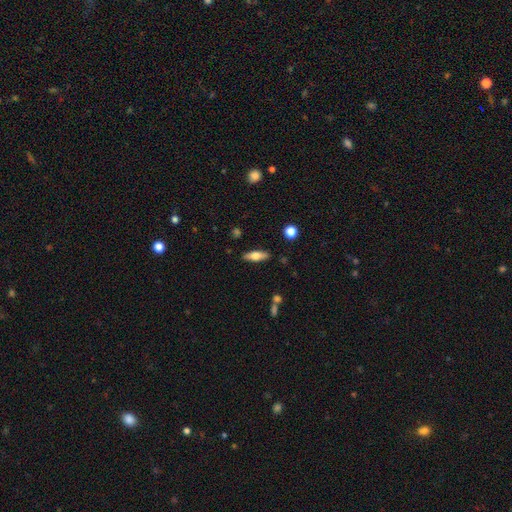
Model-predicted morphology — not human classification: Smooth or featured?
  - smooth: 58% *
  - featured or disk: 35%
  - star or artifact: 7%
How rounded?
  - in between: 57% *
  - cigar-shaped: 40%
  - round: 3%
Merging?
  - none: 87% *
  - minor disturbance: 9%
  - major disturbance: 2%
  - merger: 2%